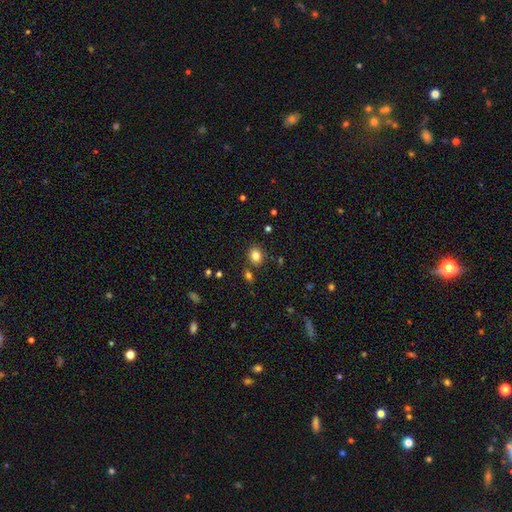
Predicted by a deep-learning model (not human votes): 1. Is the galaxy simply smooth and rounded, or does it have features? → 82% smooth, 12% star or artifact, 6% featured or disk.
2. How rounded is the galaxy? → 62% round, 37% in between, 1% cigar-shaped.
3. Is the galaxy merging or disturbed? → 81% none, 10% minor disturbance, 7% merger, 3% major disturbance.